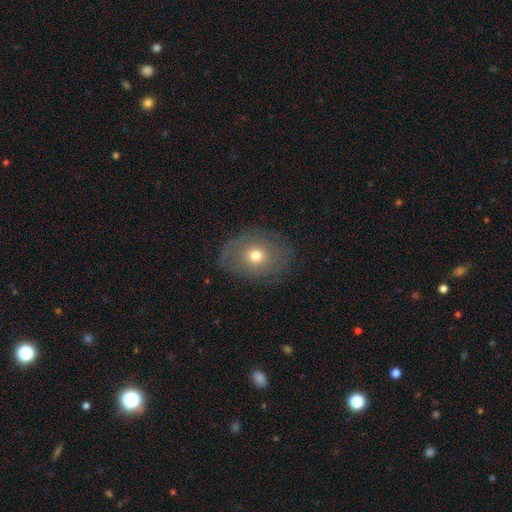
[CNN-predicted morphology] Smooth or featured? smooth (57%)
How rounded? in between (53%)
Merging? none (78%)